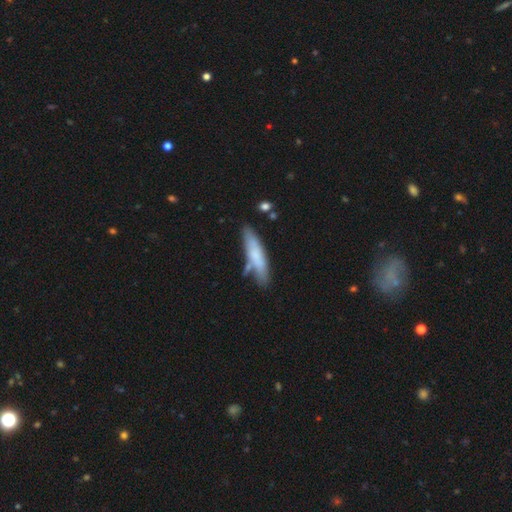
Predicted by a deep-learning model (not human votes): smooth 68%, featured or disk 26%, star or artifact 6%. Down the decision tree: how rounded — cigar-shaped (75%); merging — none (64%).